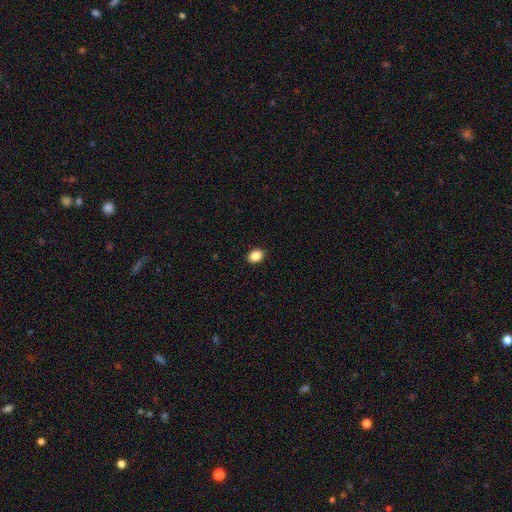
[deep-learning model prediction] A smooth galaxy with no disk features (88%) that is in between round and cigar-shaped (75%).

Vote fractions:
- Smooth or featured? smooth: 88% / star or artifact: 9% / featured or disk: 3%
- How rounded? in between: 75% / round: 24% / cigar-shaped: 1%
- Merging? none: 90% / minor disturbance: 7% / major disturbance: 2% / merger: 1%